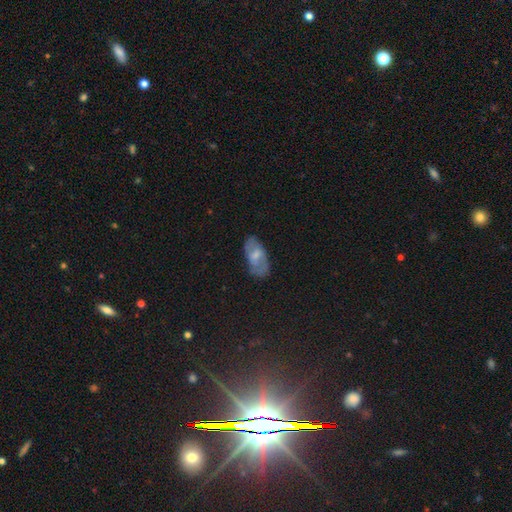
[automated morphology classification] A smooth galaxy with no disk features (49%). Merging: none (69%).